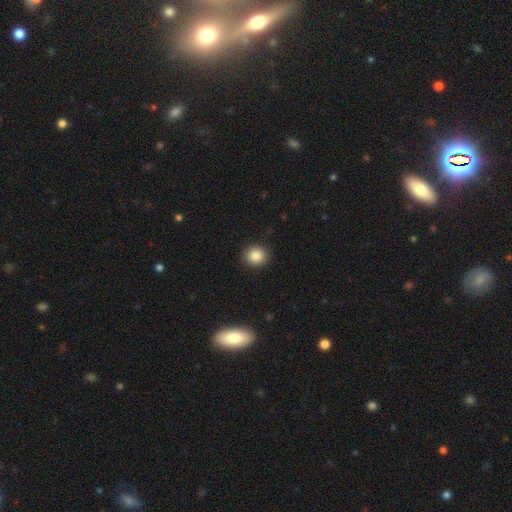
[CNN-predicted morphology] smooth 85%, star or artifact 10%, featured or disk 5%. Down the decision tree: how rounded — round (85%); merging — none (91%).